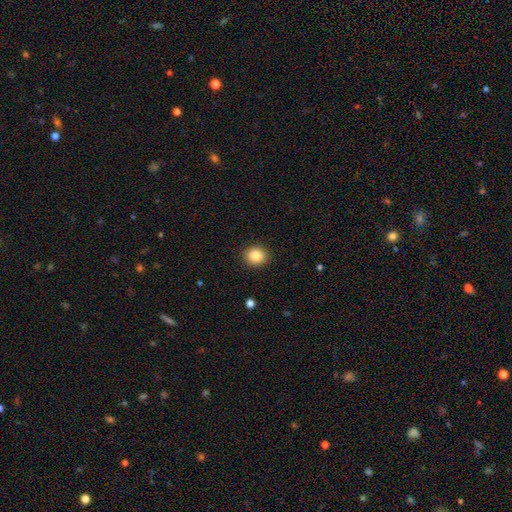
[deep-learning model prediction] Morphology: type=smooth (87%); roundness=round (77%); merging=none (90%).